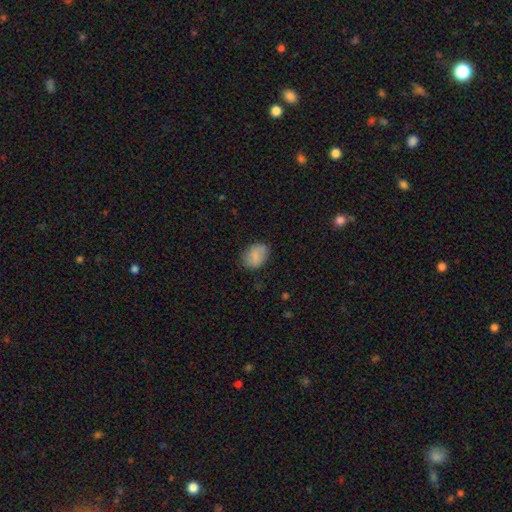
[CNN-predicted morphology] smooth 82%, featured or disk 10%, star or artifact 8%. Down the decision tree: how rounded — in between (70%); merging — none (76%).